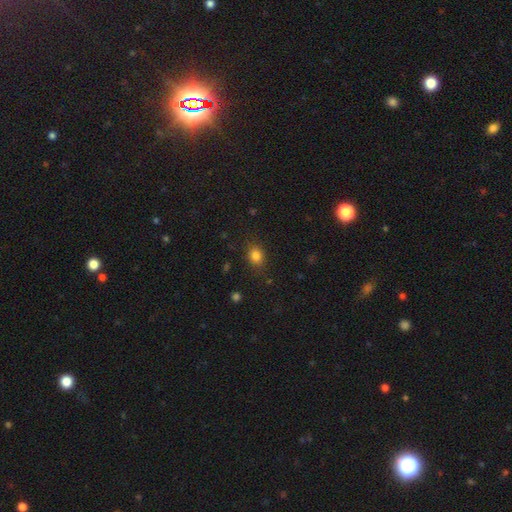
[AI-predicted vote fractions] smooth_or_featured: smooth (p=0.82) [alt: star or artifact p=0.12]
how_rounded: round (p=0.53) [alt: in between p=0.46]
merging: none (p=0.82) [alt: minor disturbance p=0.13]